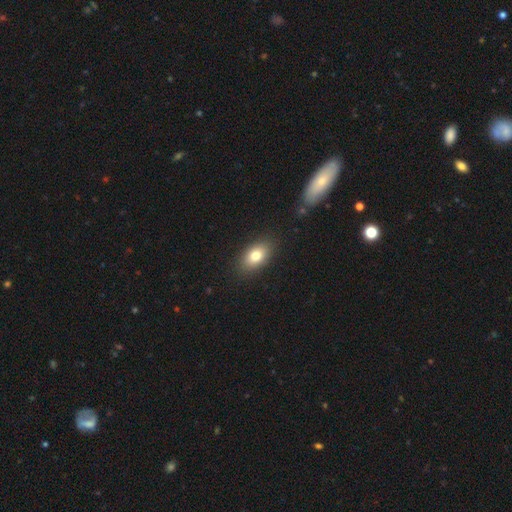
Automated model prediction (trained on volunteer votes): This appears to be a smooth galaxy with no disk features (78%) that is in between round and cigar-shaped (88%). Merging: none (87%).